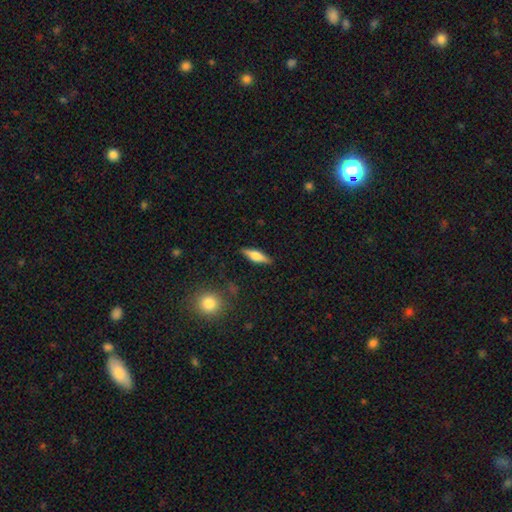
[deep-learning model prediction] This appears to be a smooth galaxy with no disk features (50%) that is cigar-shaped (56%). Merging: none (88%).